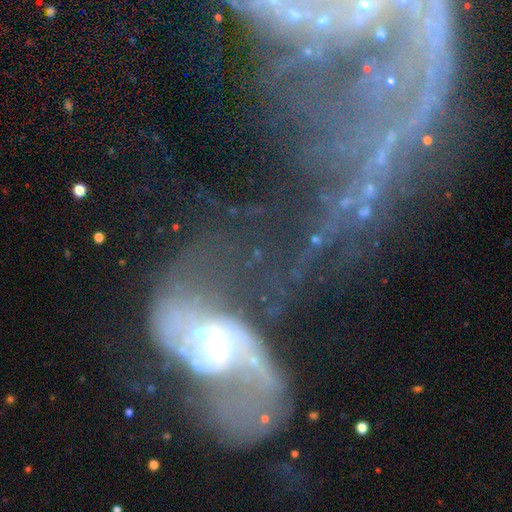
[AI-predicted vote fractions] smooth-or-featured: featured or disk: 78% | star or artifact: 11% | smooth: 11%
  disk-edge-on: no: 96% | yes: 4%
    bar: no: 49% | weak: 35% | strong: 16%
    has-spiral-arms: yes: 78% | no: 22%
      spiral-winding: loose: 63% | medium: 25% | tight: 11%
      spiral-arm-count: 2: 67% | can't tell: 14% | 1: 10% | 3: 4% | 4: 3% | more than 4: 3%
    bulge-size: moderate: 44% | small: 37% | none: 9% | large: 7% | dominant: 3%
  merging: merger: 40% | major disturbance: 37% | none: 14% | minor disturbance: 9%